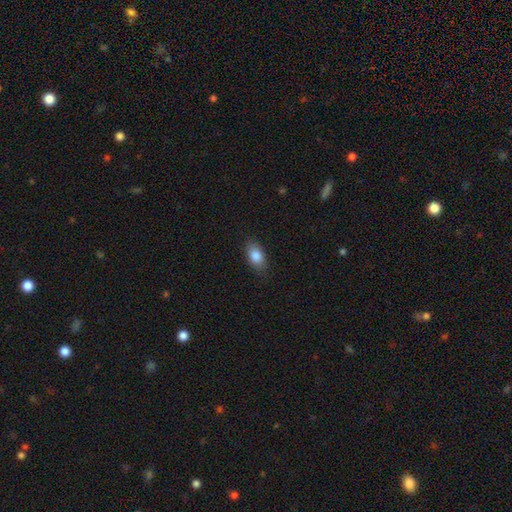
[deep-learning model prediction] Smooth or featured: smooth — 84% (featured or disk — 8%)
How rounded: in between — 89% (round — 7%)
Merging: none — 83% (minor disturbance — 13%)